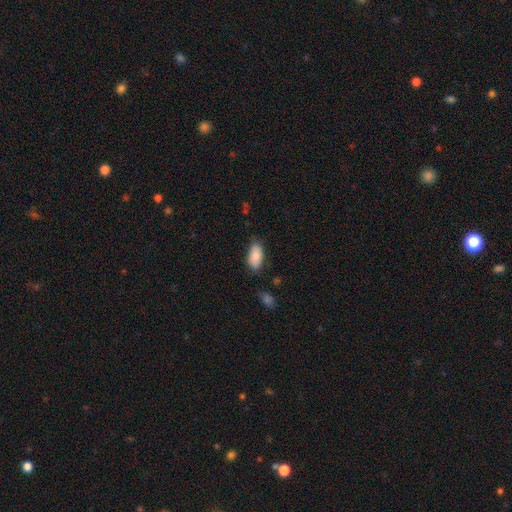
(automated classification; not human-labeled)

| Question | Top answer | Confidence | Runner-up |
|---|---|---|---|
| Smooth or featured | smooth | 83% | featured or disk (11%) |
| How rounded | in between | 93% | cigar-shaped (5%) |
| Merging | none | 80% | minor disturbance (15%) |